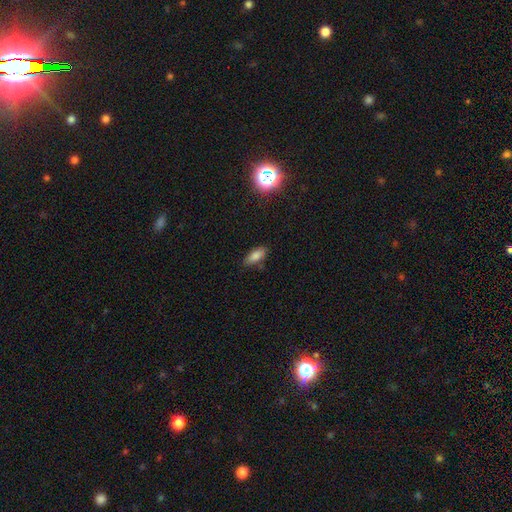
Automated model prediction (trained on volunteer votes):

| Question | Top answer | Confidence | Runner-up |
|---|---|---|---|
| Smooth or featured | smooth | 81% | star or artifact (11%) |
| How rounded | in between | 82% | cigar-shaped (15%) |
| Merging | none | 81% | minor disturbance (14%) |